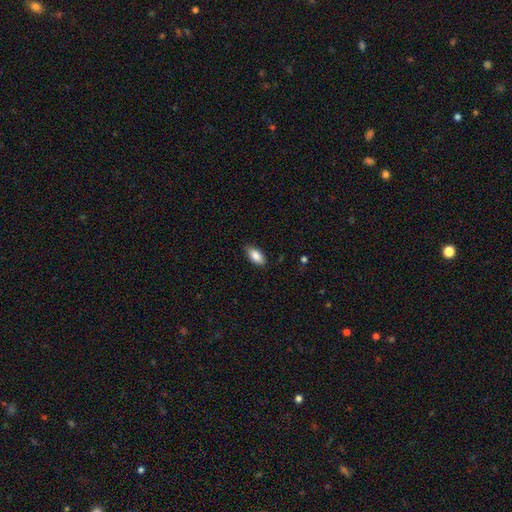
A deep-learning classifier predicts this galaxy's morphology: This appears to be a smooth galaxy with no disk features (86%) that is in between round and cigar-shaped (89%). Merging: none (83%).